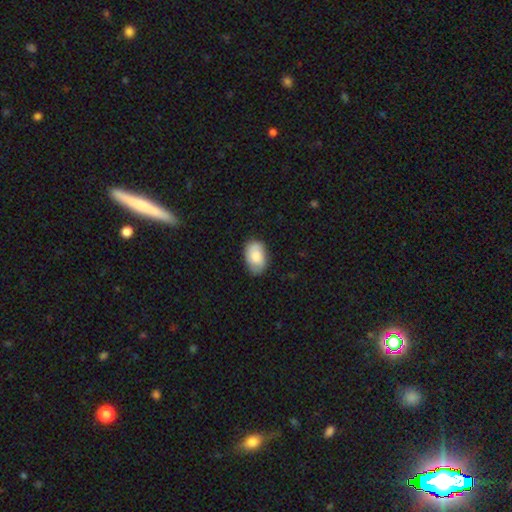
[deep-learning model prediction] This appears to be a smooth galaxy with no disk features (79%) that is in between round and cigar-shaped (90%). Merging: none (79%).